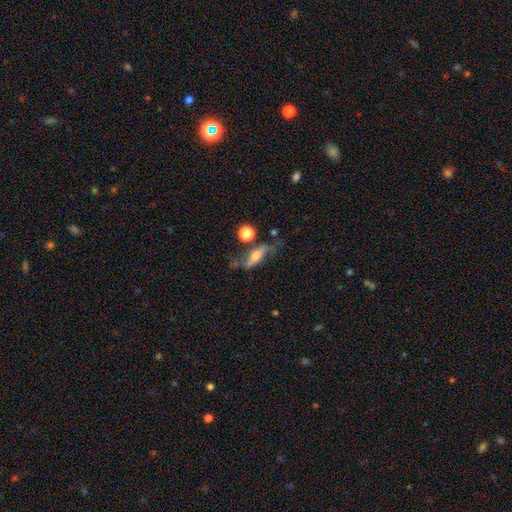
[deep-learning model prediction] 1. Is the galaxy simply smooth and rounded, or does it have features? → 59% featured or disk, 31% smooth, 10% star or artifact.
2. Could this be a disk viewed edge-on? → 59% no, 41% yes.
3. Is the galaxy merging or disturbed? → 52% none, 21% minor disturbance, 16% major disturbance, 10% merger.